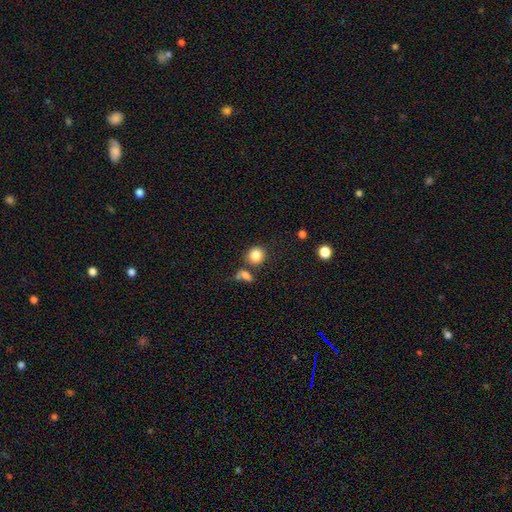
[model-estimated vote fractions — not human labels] This appears to be a smooth galaxy with no disk features (84%) that is round (80%). Merging: none (70%).